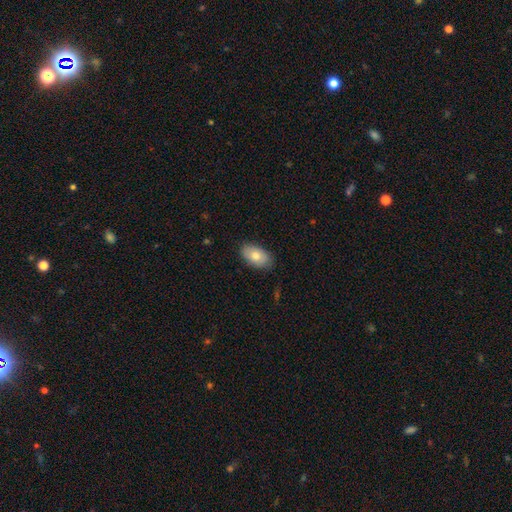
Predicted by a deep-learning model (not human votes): Overall: smooth (76%). How rounded: in between (93%). Merging: none (84%).